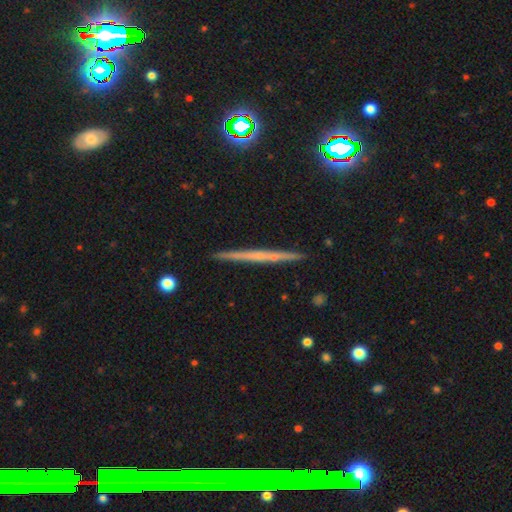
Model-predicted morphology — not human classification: Smooth or featured? Predicted: featured or disk (p=0.59). Edge-on disk? Predicted: yes (p=0.97). Edge-on bulge? Predicted: none (p=0.79). Merging? Predicted: none (p=0.91).